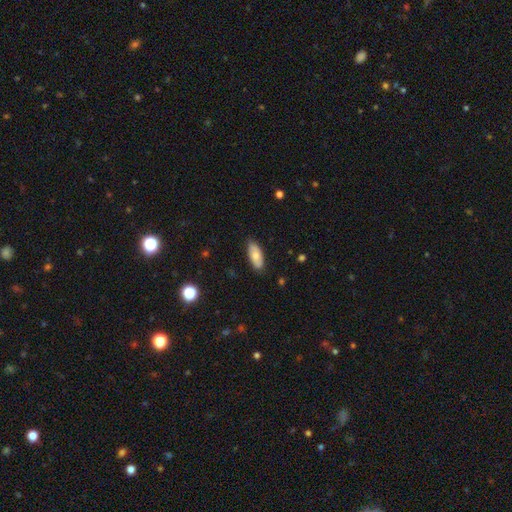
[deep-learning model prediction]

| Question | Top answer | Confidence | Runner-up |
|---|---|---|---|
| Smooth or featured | smooth | 71% | featured or disk (23%) |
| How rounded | in between | 84% | cigar-shaped (13%) |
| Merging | none | 85% | minor disturbance (12%) |